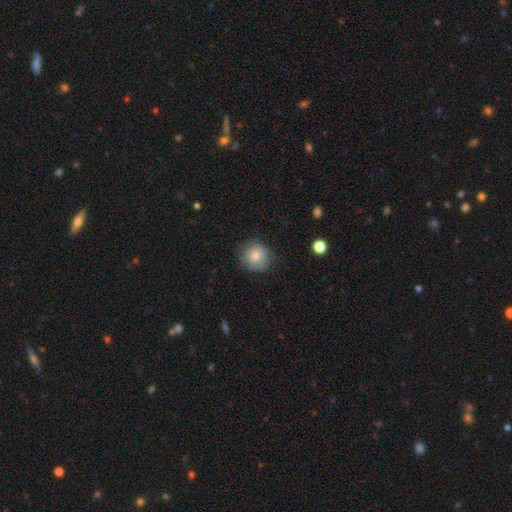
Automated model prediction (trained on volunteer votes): This appears to be a smooth galaxy with no disk features (81%) that is round (89%). Merging: none (79%).